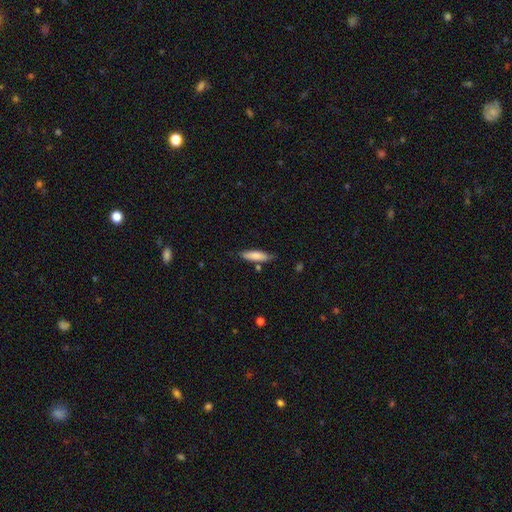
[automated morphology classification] This appears to be a smooth galaxy with no disk features (81%) that is cigar-shaped (66%). Merging: none (77%).